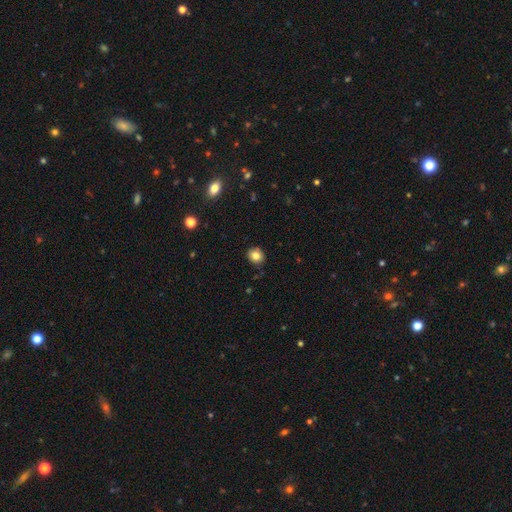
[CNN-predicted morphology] smooth-or-featured: smooth: 82% | star or artifact: 10% | featured or disk: 8%
  how-rounded: round: 72% | in between: 27% | cigar-shaped: 1%
  merging: none: 87% | minor disturbance: 9% | major disturbance: 2% | merger: 1%